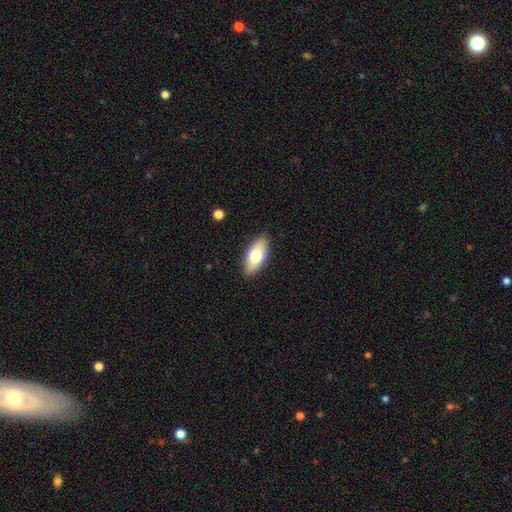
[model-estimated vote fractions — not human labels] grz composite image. It shows a smooth galaxy with no disk features (73%) that is in between round and cigar-shaped (87%). Merging: none (89%).